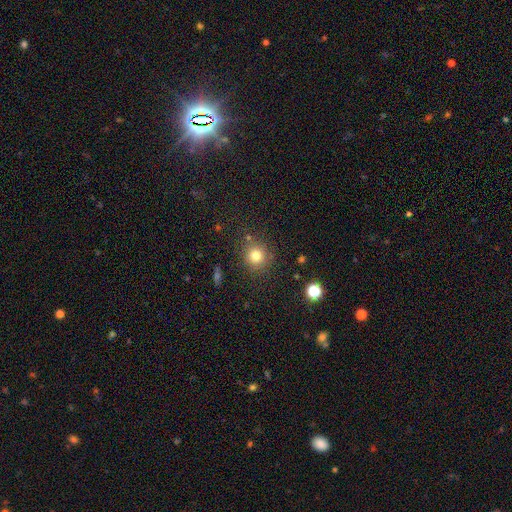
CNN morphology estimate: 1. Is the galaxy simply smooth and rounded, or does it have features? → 79% smooth, 13% star or artifact, 7% featured or disk.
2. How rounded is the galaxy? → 91% round, 8% in between, 1% cigar-shaped.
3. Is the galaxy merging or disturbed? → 83% none, 9% minor disturbance, 4% merger, 3% major disturbance.